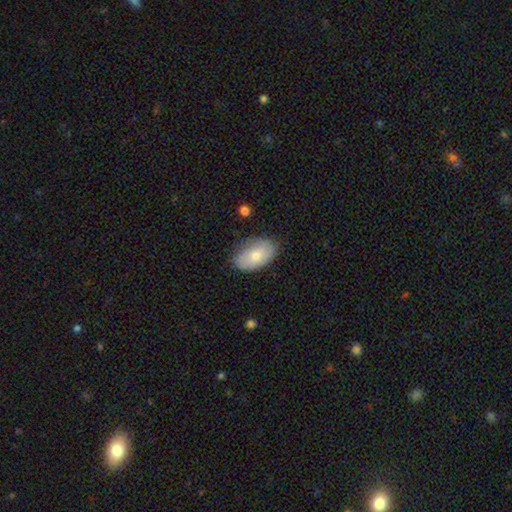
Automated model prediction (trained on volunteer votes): Overall: smooth (66%; featured or disk 27%). How rounded: in between (92%). Merging: none (75%).